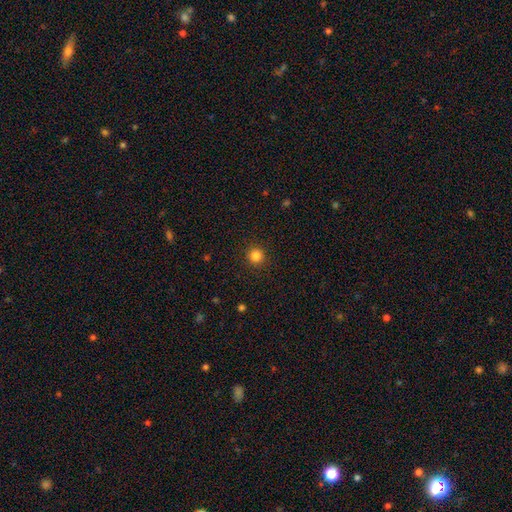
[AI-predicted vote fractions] The model was most divided on "smooth or featured": smooth: 84%, star or artifact: 12%, featured or disk: 4%. More confident: how rounded — round (95%); merging — none (92%).